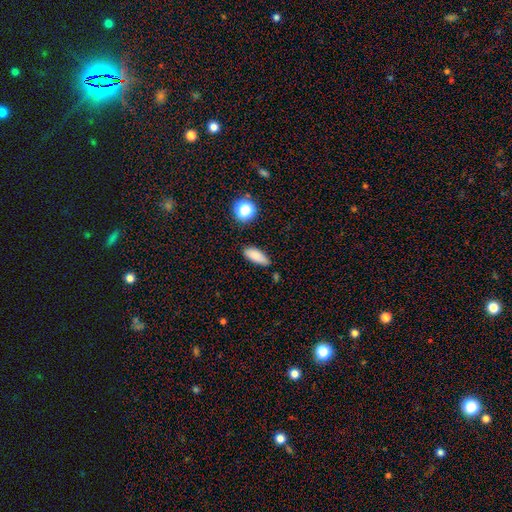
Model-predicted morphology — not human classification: Smooth or featured? Predicted: smooth (p=0.83). How rounded? Predicted: in between (p=0.73). Merging? Predicted: none (p=0.75).